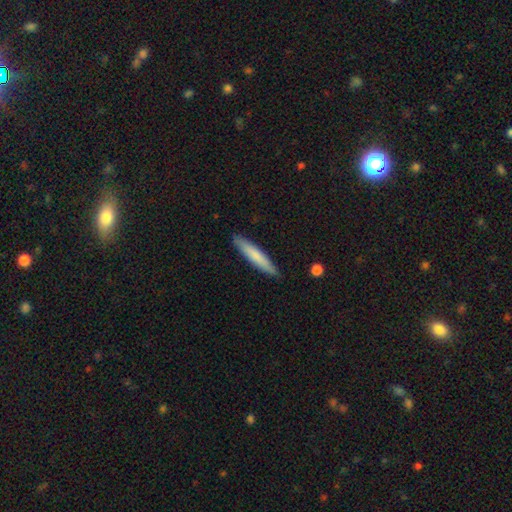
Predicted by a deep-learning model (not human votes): This is likely a smooth galaxy (73%). How rounded: clearly cigar-shaped (91%). Merging: clearly none (89%).